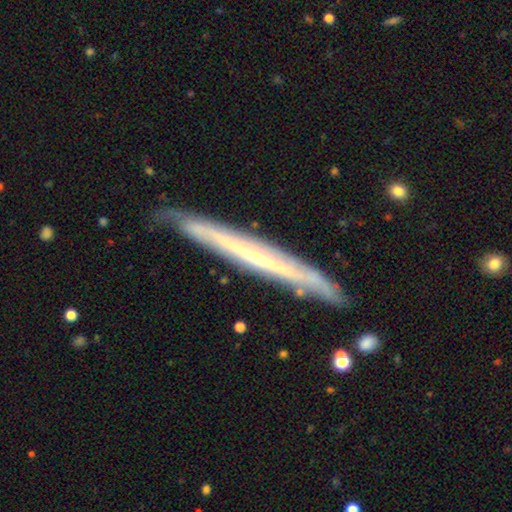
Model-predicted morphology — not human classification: Smooth or featured? featured or disk (76%)
Edge-on disk? yes (88%)
Edge-on bulge? none (65%)
Merging? none (79%)